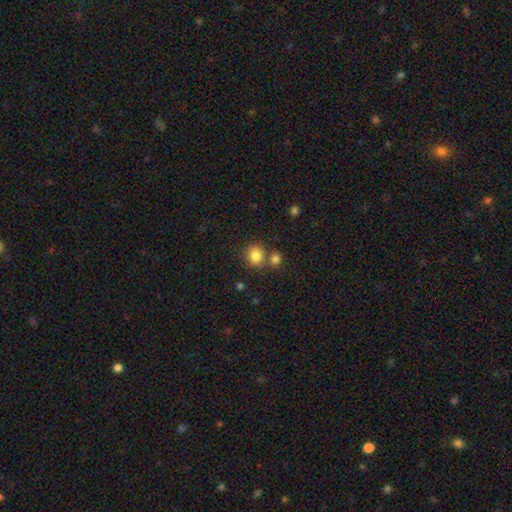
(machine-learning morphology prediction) Smooth or featured: smooth — 84% (star or artifact — 11%)
How rounded: round — 81% (in between — 18%)
Merging: none — 65% (merger — 23%)